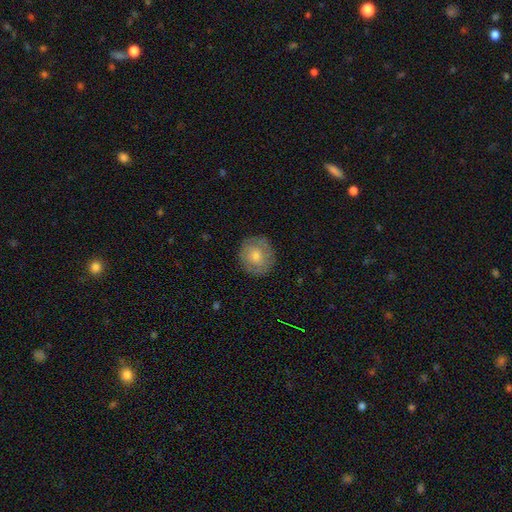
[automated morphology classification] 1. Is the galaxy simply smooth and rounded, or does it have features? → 65% smooth, 26% featured or disk, 9% star or artifact.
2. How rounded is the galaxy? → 89% round, 10% in between, 1% cigar-shaped.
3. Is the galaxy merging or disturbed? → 85% none, 11% minor disturbance, 3% major disturbance, 1% merger.